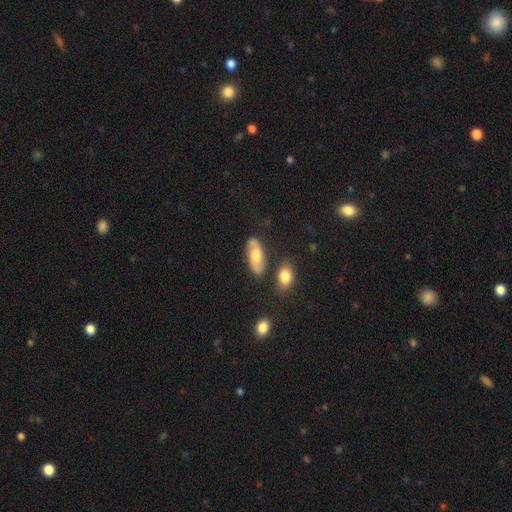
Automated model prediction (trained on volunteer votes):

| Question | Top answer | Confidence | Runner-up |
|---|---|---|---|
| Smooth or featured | smooth | 51% | featured or disk (41%) |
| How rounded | in between | 79% | cigar-shaped (17%) |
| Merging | none | 78% | minor disturbance (13%) |